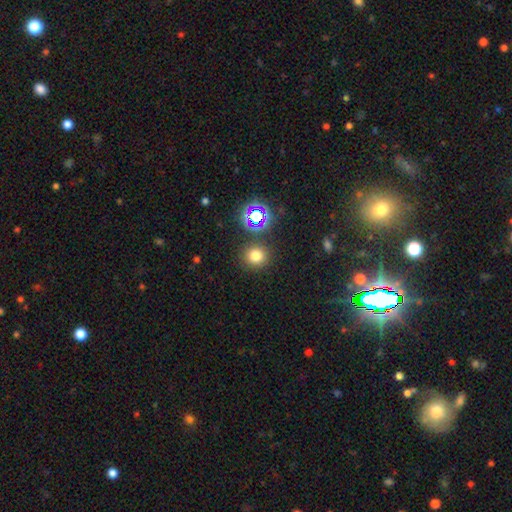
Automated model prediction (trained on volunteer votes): Smooth or featured? smooth (71%)
How rounded? round (90%)
Merging? none (86%)